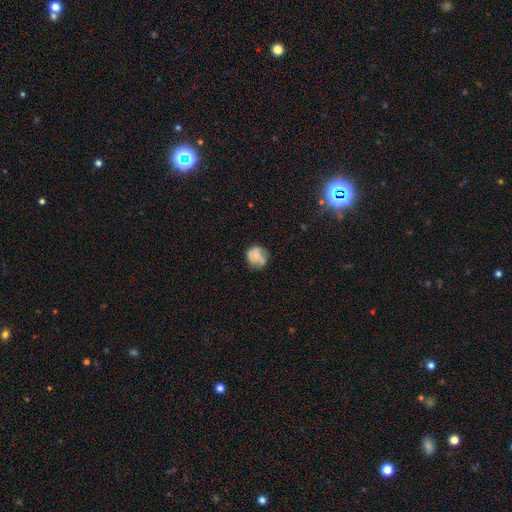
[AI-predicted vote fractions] The model was most divided on "smooth or featured": smooth: 62%, featured or disk: 29%, star or artifact: 9%. More confident: how rounded — round (80%); merging — none (60%).